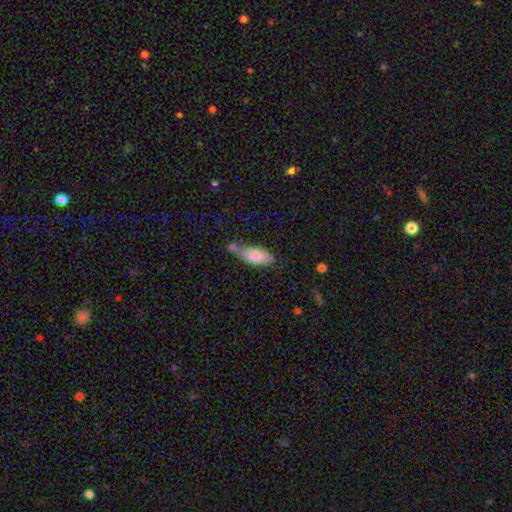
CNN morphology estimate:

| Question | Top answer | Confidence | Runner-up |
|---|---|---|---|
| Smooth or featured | smooth | 78% | featured or disk (16%) |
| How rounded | in between | 79% | cigar-shaped (18%) |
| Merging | none | 45% | minor disturbance (26%) |